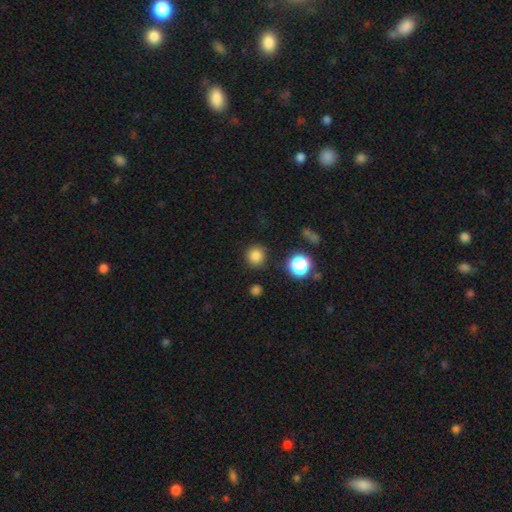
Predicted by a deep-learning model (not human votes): Smooth or featured: smooth — 81% (star or artifact — 15%)
How rounded: round — 92% (in between — 7%)
Merging: none — 87% (minor disturbance — 8%)